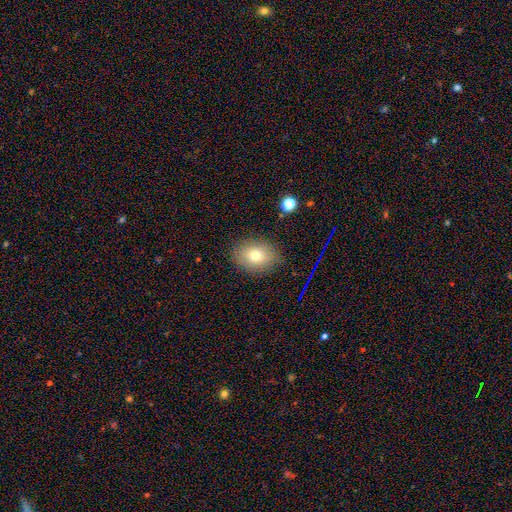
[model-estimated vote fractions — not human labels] smooth-or-featured: smooth: 72% | featured or disk: 15% | star or artifact: 13%
  how-rounded: in between: 65% | round: 34% | cigar-shaped: 1%
  merging: none: 86% | minor disturbance: 10% | major disturbance: 3% | merger: 1%